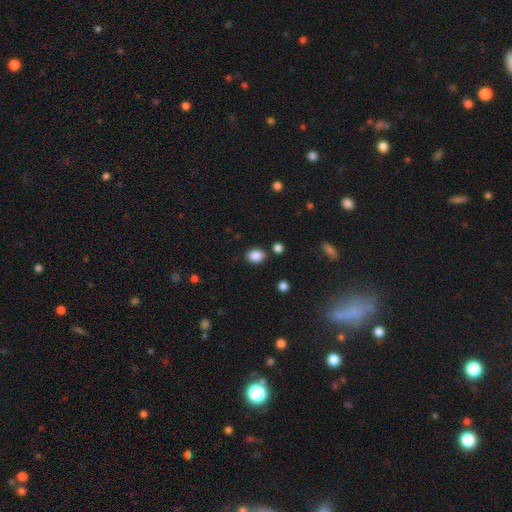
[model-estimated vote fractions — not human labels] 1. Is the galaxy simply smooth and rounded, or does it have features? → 87% smooth, 9% star or artifact, 4% featured or disk.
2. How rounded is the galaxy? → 63% in between, 36% round, 1% cigar-shaped.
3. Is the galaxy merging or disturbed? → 80% none, 12% minor disturbance, 5% merger, 3% major disturbance.